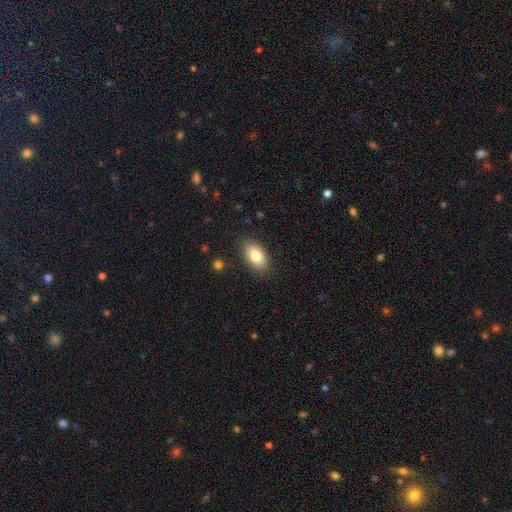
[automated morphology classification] type=smooth (82%); roundness=in between (93%); merging=none (86%).